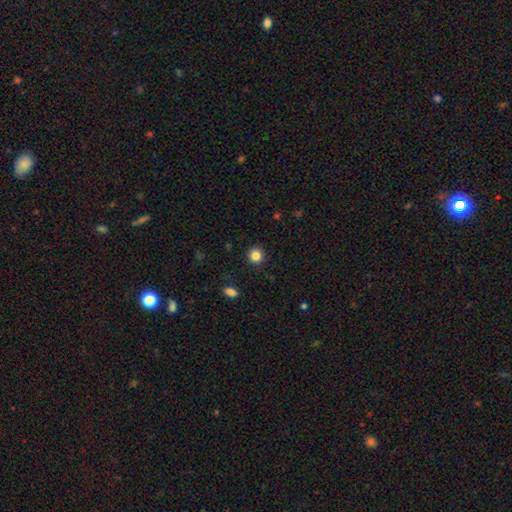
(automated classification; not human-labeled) This appears to be a smooth galaxy with no disk features (84%) that is round (91%). Merging: none (91%).